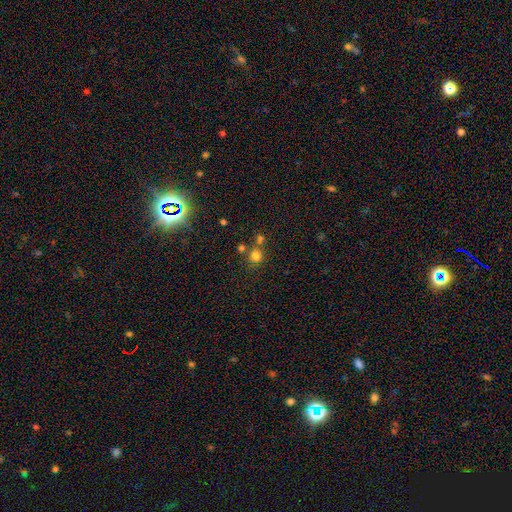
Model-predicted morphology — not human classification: smooth 76%, star or artifact 17%, featured or disk 7%. Down the decision tree: how rounded — round (92%); merging — none (66%).